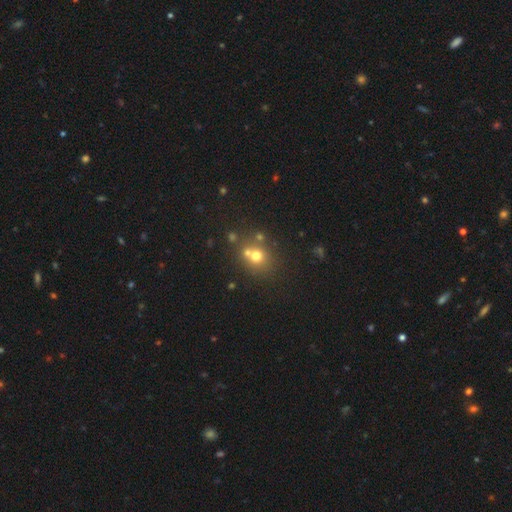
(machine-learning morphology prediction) smooth 67%, star or artifact 17%, featured or disk 16%. Down the decision tree: how rounded — round (82%); merging — none (54%).